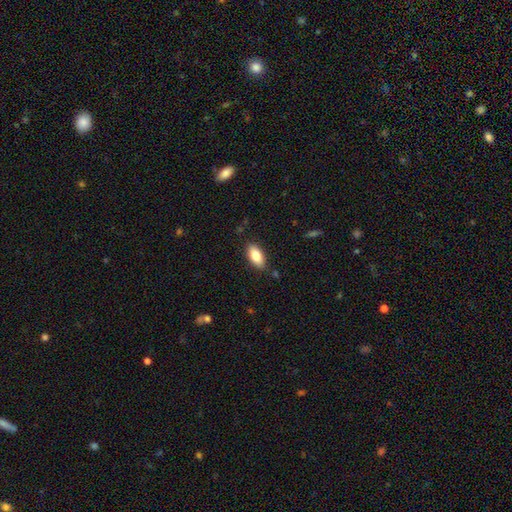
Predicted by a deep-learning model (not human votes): Overall: smooth (82%). How rounded: in between (90%). Merging: none (86%).